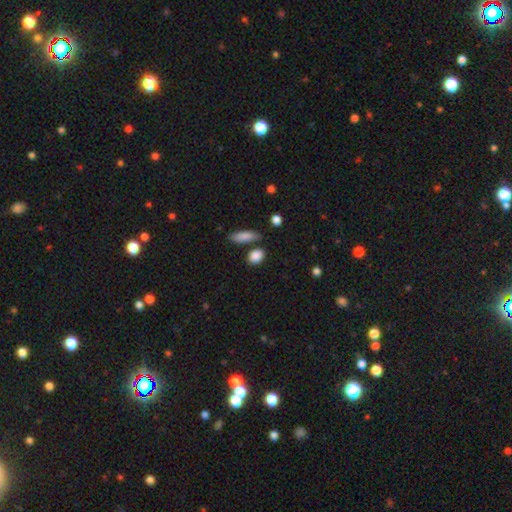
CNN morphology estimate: This is clearly a smooth galaxy (88%). How rounded: likely in between (62%). Merging: likely none (76%).